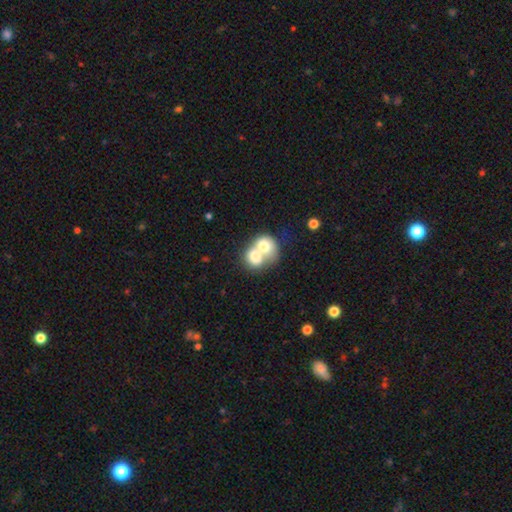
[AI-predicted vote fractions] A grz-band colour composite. It shows a smooth galaxy with no disk features (71%) that is round (58%). Merging: merger (77%).